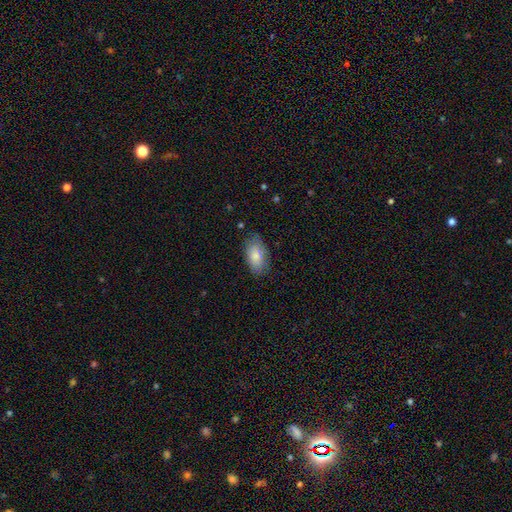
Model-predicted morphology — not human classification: Smooth or featured? smooth (79%)
How rounded? in between (93%)
Merging? none (74%)